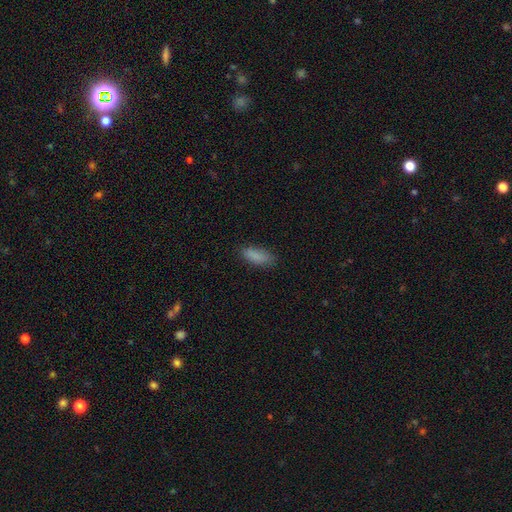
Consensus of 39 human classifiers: Volunteers were most divided on "how rounded": in between: 65%, cigar-shaped: 32%, round: 3%. More confident: smooth or featured — smooth (87%); merging — none (78%).